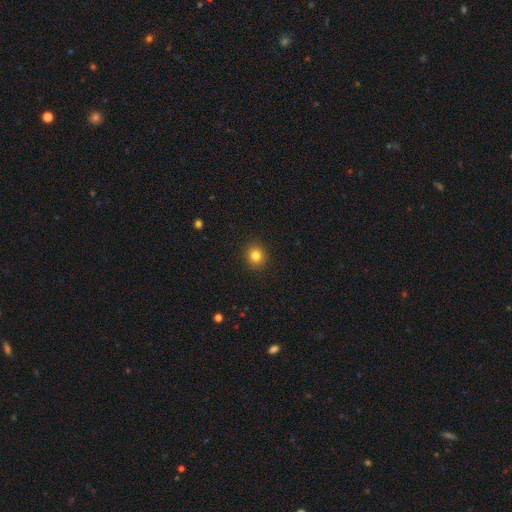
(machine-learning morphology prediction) A smooth galaxy with no disk features (82%) that is round (85%).

Vote fractions:
- Smooth or featured? smooth: 82% / star or artifact: 12% / featured or disk: 6%
- How rounded? round: 85% / in between: 14% / cigar-shaped: 1%
- Merging? none: 91% / minor disturbance: 6% / major disturbance: 2% / merger: 1%